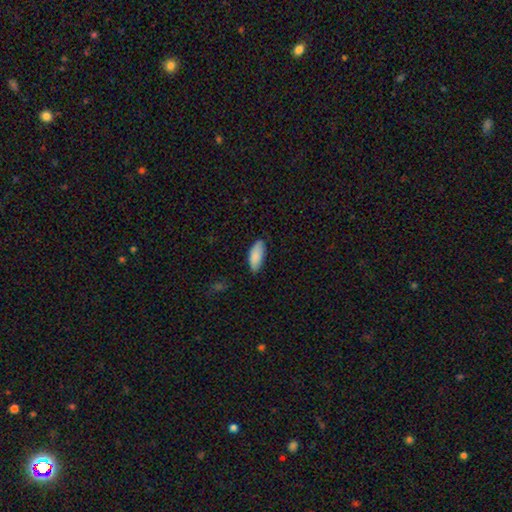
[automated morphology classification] type=smooth (87%); roundness=in between (85%); merging=none (78%).